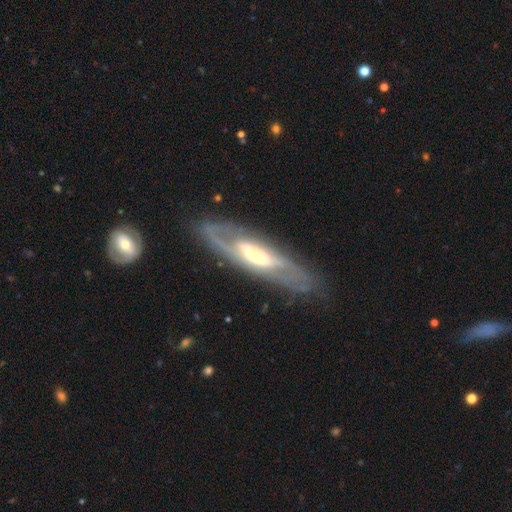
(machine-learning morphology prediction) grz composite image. It shows a featured or disk galaxy (78%) with a strong bar (38%), spiral arms (80%) and a moderate central bulge (38%). Merging: none (71%).